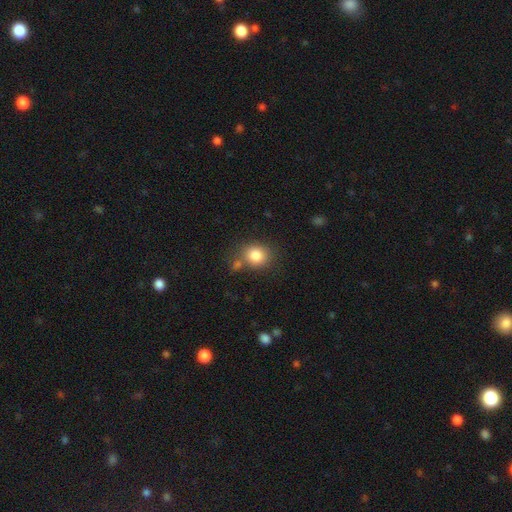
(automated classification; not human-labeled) smooth 83%, star or artifact 10%, featured or disk 7%. Down the decision tree: how rounded — round (76%); merging — none (68%).